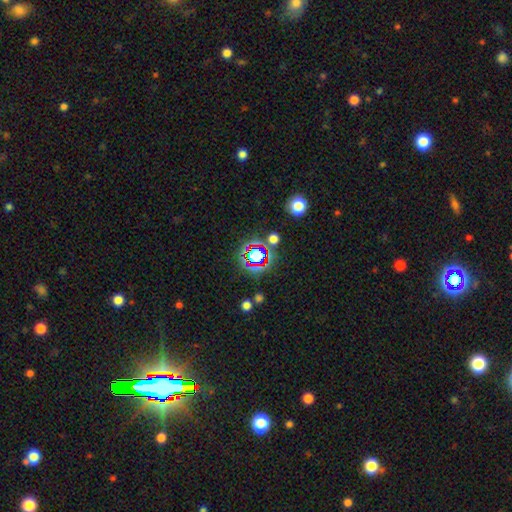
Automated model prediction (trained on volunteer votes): The model was most divided on "smooth or featured": star or artifact: 64%, smooth: 25%, featured or disk: 11%.